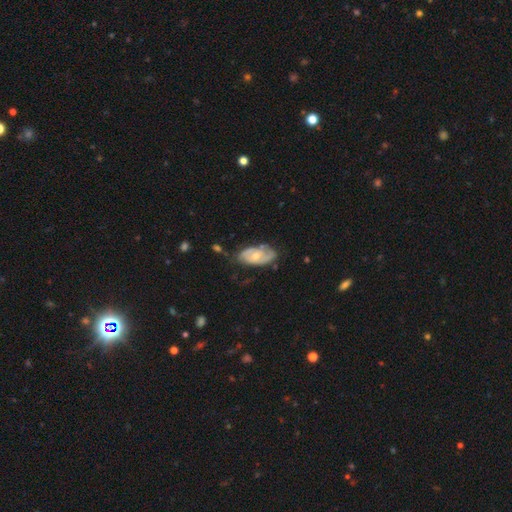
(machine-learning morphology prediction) The model was most divided on "bulge size": moderate: 51%, small: 42%, none: 3%, large: 3%, dominant: 1%. More confident: edge-on disk — no (93%); spiral arms — yes (76%); bar — no (67%); smooth or featured — featured or disk (63%); merging — none (58%).